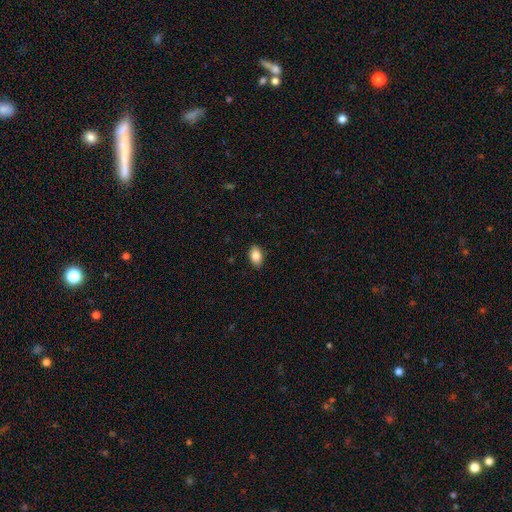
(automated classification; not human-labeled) Smooth or featured?
  - smooth: 86% *
  - star or artifact: 8%
  - featured or disk: 6%
How rounded?
  - in between: 88% *
  - round: 11%
  - cigar-shaped: 1%
Merging?
  - none: 88% *
  - minor disturbance: 9%
  - major disturbance: 2%
  - merger: 1%